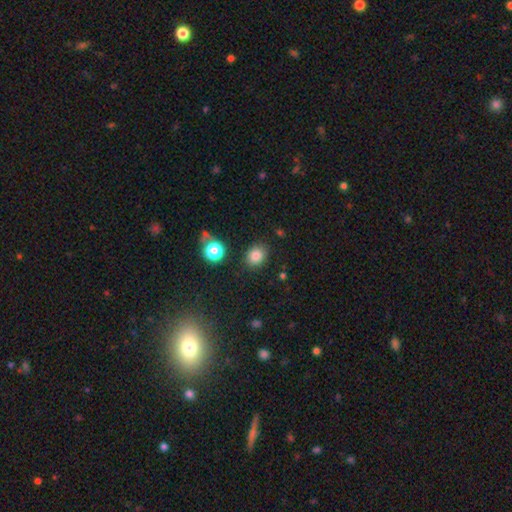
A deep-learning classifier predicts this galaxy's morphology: A smooth galaxy with no disk features (81%) that is round (54%). Merging: none (83%).